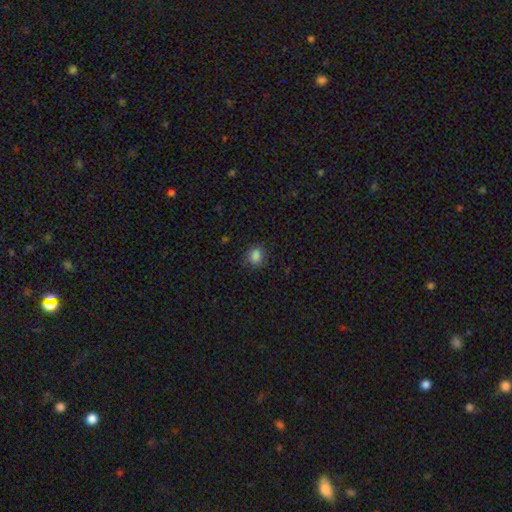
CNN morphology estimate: A smooth galaxy with no disk features (85%) that is round (73%).

Vote fractions:
- Smooth or featured? smooth: 85% / star or artifact: 11% / featured or disk: 4%
- How rounded? round: 73% / in between: 26% / cigar-shaped: 1%
- Merging? none: 83% / minor disturbance: 12% / major disturbance: 3% / merger: 1%